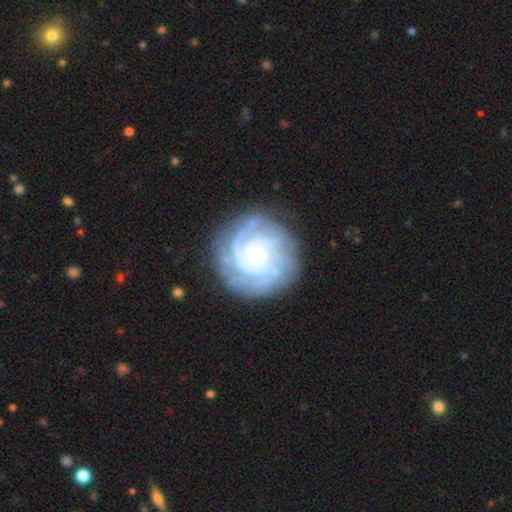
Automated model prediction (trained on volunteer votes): Smooth or featured? Predicted: featured or disk (p=0.85). Edge-on disk? Predicted: no (p=0.98). Bar? Predicted: no (p=0.76). Spiral arms? Predicted: yes (p=0.97). Spiral winding? Predicted: tight (p=0.81). Spiral arm count? Predicted: 3 (p=0.25, tied with can't tell). Bulge size? Predicted: small (p=0.75). Merging? Predicted: none (p=0.80).